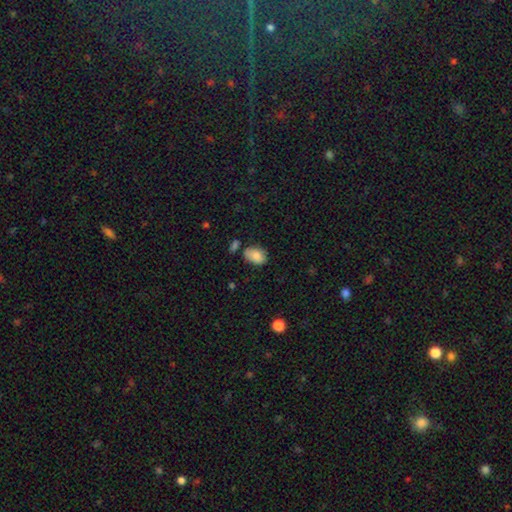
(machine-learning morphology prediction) Q: Smooth or featured?
A: smooth (84%); runner-up: featured or disk (8%)
Q: How rounded?
A: in between (85%); runner-up: round (14%)
Q: Merging?
A: none (64%); runner-up: minor disturbance (23%)